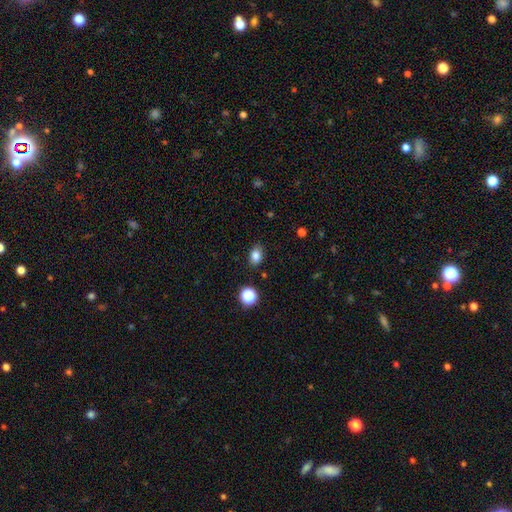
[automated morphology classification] This is clearly a smooth galaxy (83%). How rounded: likely in between (79%). Merging: clearly none (86%).